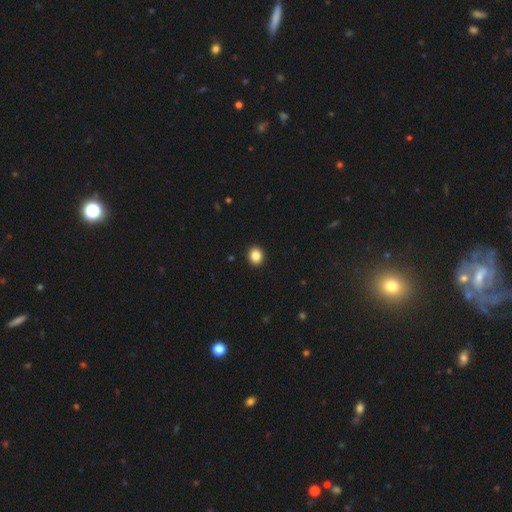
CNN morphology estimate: The model was most divided on "how rounded": round: 76%, in between: 24%, cigar-shaped: 1%. More confident: merging — none (93%); smooth or featured — smooth (86%).